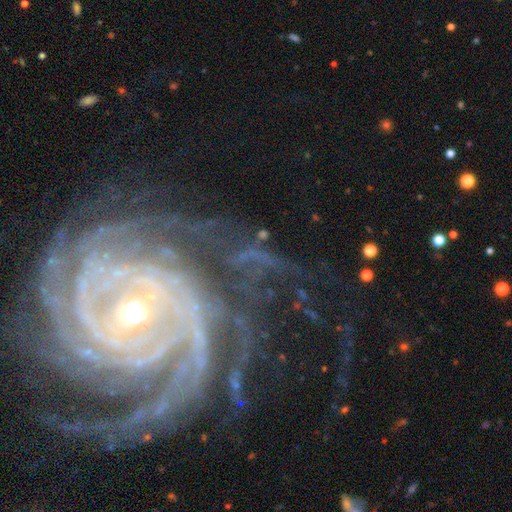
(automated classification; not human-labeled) The model was most divided on "spiral arm count": can't tell: 25%, 2: 19%, 3: 18%, 4: 14%, more than 4: 14%, 1: 11%. Remaining: spiral arms — yes (94%); edge-on disk — no (94%); smooth or featured — featured or disk (75%); bulge size — small (66%); spiral winding — tight (66%); merging — none (66%); bar — no (43%).